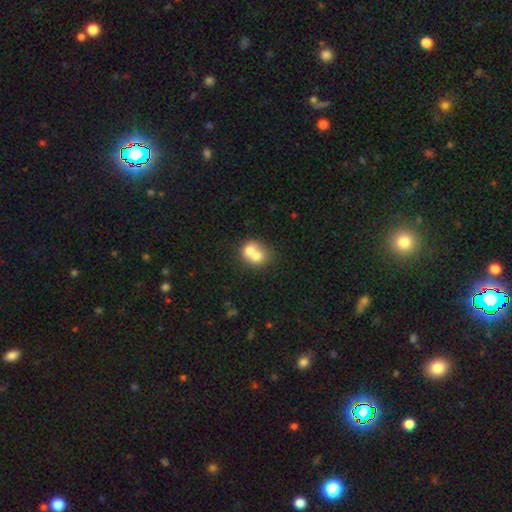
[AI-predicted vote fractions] Smooth or featured? smooth (66%)
How rounded? round (64%)
Merging? merger (70%)